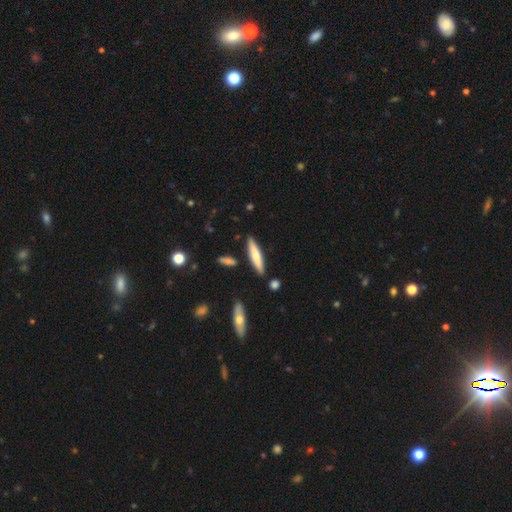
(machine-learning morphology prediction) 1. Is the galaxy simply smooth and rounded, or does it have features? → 63% smooth, 31% featured or disk, 6% star or artifact.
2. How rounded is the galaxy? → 84% cigar-shaped, 15% in between, 2% round.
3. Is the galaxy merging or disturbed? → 85% none, 9% minor disturbance, 4% merger, 2% major disturbance.